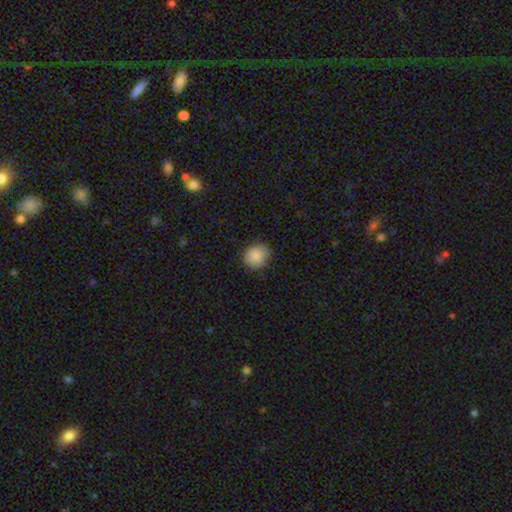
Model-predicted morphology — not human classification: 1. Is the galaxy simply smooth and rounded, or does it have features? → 87% smooth, 8% star or artifact, 4% featured or disk.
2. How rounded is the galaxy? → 77% round, 22% in between, 1% cigar-shaped.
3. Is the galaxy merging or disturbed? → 85% none, 11% minor disturbance, 2% major disturbance, 1% merger.